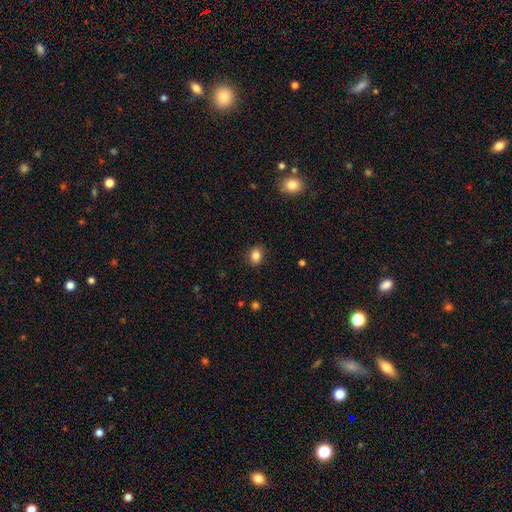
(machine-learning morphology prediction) Smooth or featured? Predicted: smooth (p=0.84). How rounded? Predicted: round (p=0.55). Merging? Predicted: none (p=0.88).